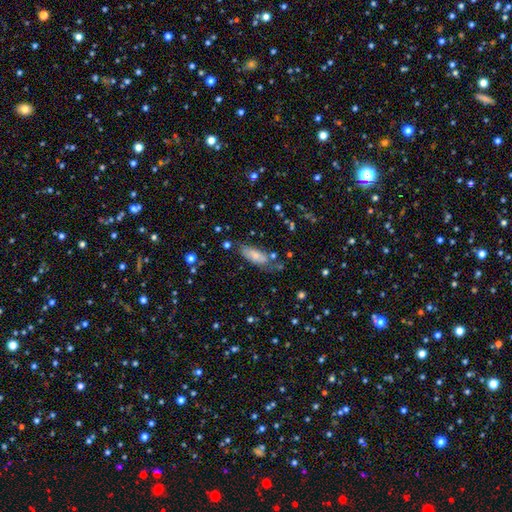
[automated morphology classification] smooth-or-featured: smooth: 70% | featured or disk: 23% | star or artifact: 8%
  how-rounded: in between: 75% | cigar-shaped: 22% | round: 2%
  merging: none: 52% | minor disturbance: 29% | major disturbance: 11% | merger: 7%